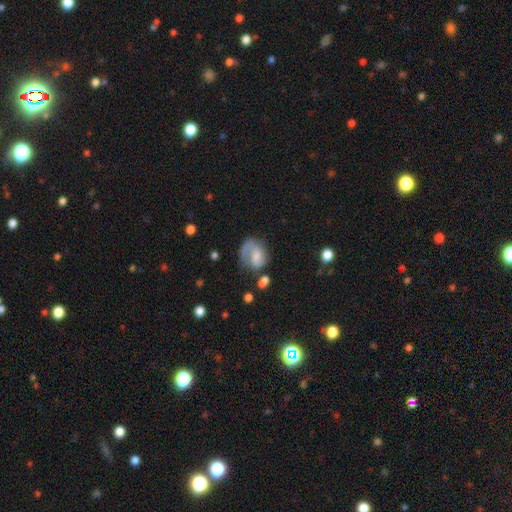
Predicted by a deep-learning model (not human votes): Smooth or featured?
  - featured or disk: 49% *
  - smooth: 42%
  - star or artifact: 9%
Merging?
  - none: 40% *
  - major disturbance: 29%
  - minor disturbance: 24%
  - merger: 7%